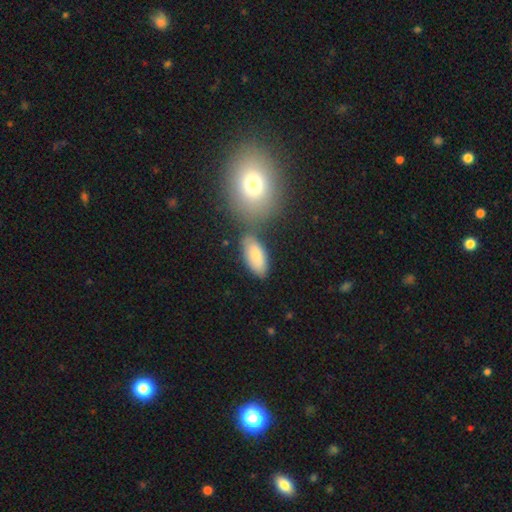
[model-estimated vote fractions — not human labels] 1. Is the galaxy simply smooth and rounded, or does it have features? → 74% smooth, 19% featured or disk, 7% star or artifact.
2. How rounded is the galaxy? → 89% in between, 7% cigar-shaped, 4% round.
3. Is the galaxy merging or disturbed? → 62% none, 17% merger, 16% minor disturbance, 5% major disturbance.